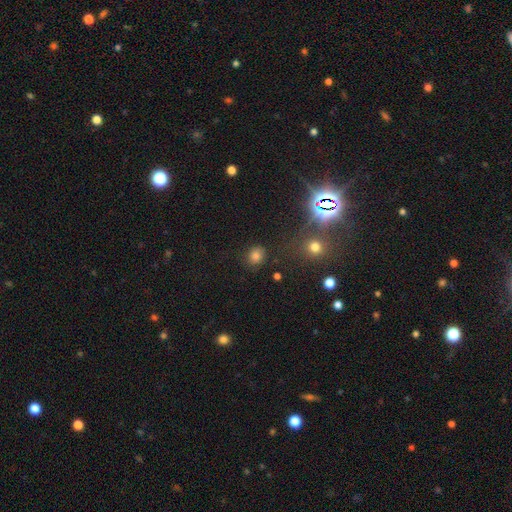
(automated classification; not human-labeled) Morphology: type=smooth (74%); roundness=round (74%); merging=none (83%).